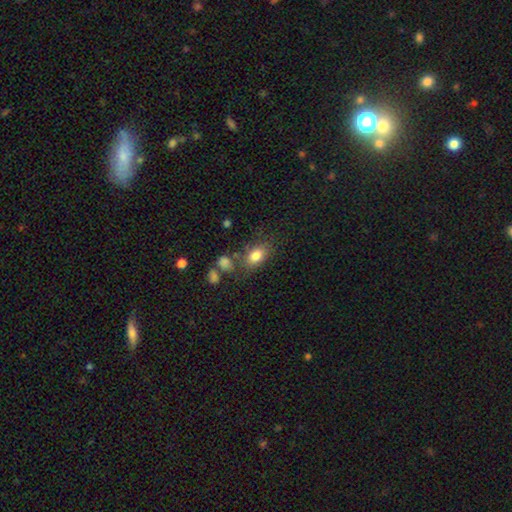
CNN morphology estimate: type=smooth (81%); roundness=in between (83%); merging=none (70%).